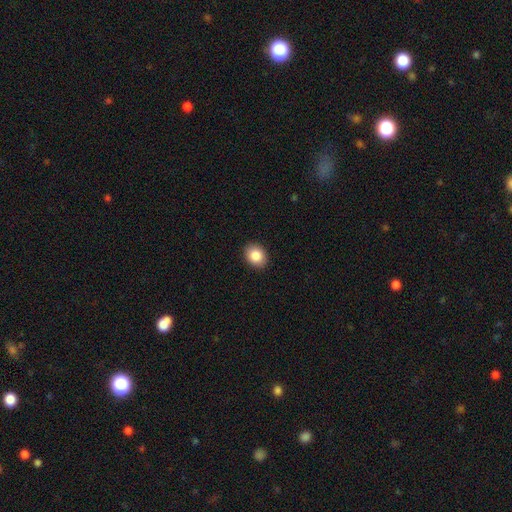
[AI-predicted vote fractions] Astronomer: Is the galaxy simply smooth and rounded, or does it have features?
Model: smooth — 87%.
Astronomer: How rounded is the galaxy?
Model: in between — 50% (runner-up: round, 49%).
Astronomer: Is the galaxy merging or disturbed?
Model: none — 91%.